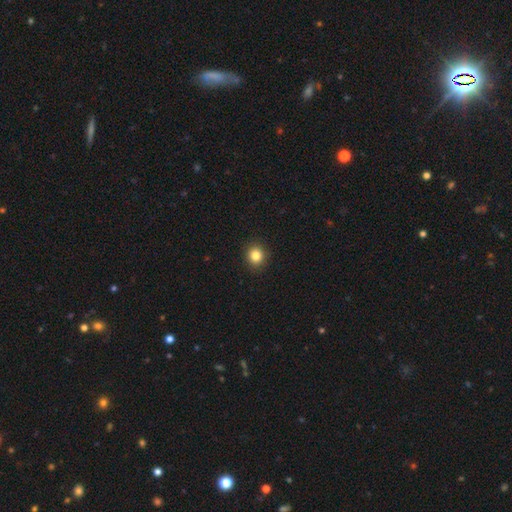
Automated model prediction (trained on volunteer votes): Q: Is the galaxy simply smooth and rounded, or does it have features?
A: smooth — 84%.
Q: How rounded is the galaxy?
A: round — 84%.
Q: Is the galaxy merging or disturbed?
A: none — 92%.